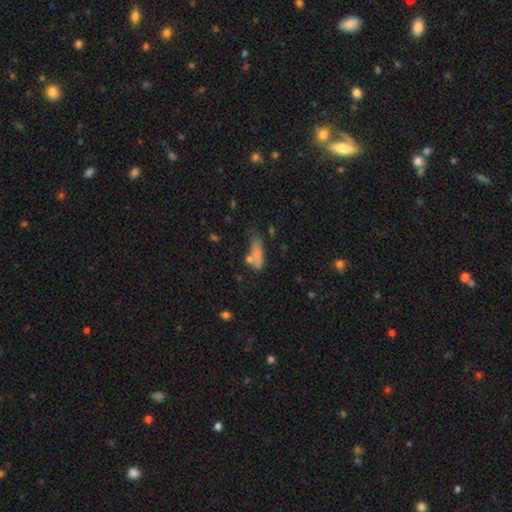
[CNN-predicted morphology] Smooth or featured? smooth (75%)
How rounded? in between (55%)
Merging? none (39%)